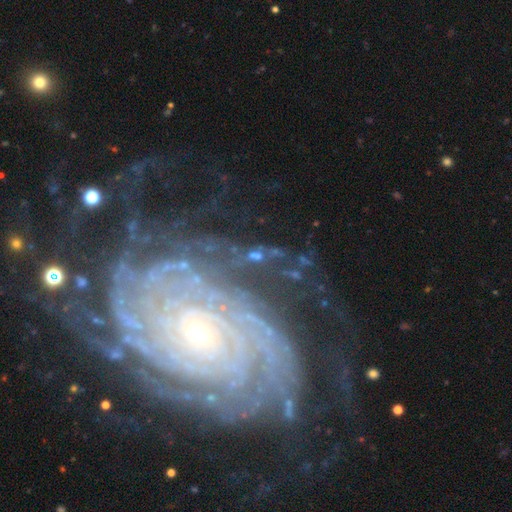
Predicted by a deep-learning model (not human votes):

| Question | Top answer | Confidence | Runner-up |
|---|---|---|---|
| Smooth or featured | featured or disk | 69% | star or artifact (19%) |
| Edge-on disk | no | 92% | yes (8%) |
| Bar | no | 50% | weak (28%) |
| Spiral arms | yes | 93% | no (7%) |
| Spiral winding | tight | 67% | medium (25%) |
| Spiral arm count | can't tell | 25% | 2 (20%) |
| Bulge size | small | 62% | moderate (26%) |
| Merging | none | 66% | minor disturbance (17%) |